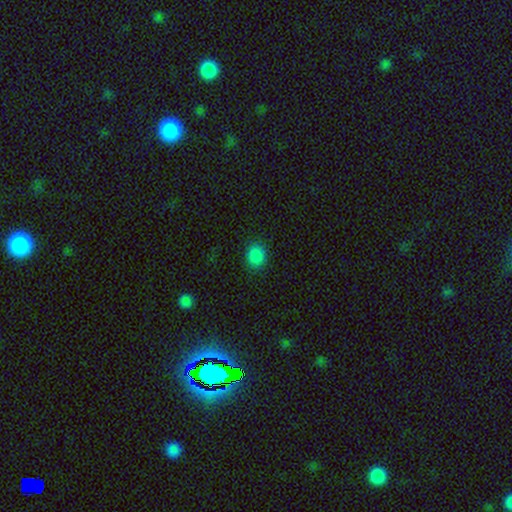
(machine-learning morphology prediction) Overall: smooth (86%). How rounded: round (75%). Merging: none (89%).